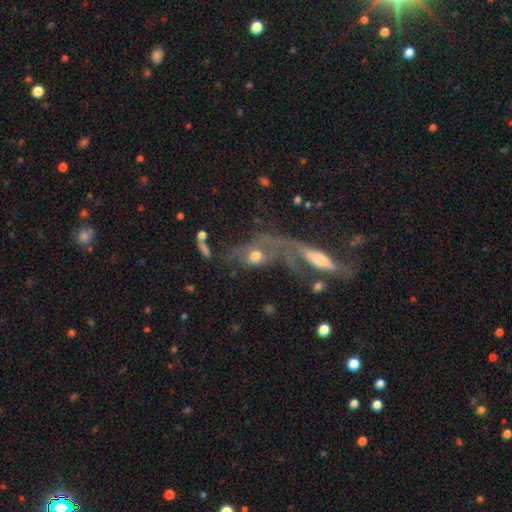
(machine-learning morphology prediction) Q: Smooth or featured?
A: featured or disk (50%); runner-up: smooth (37%)
Q: Merging?
A: merger (46%); runner-up: major disturbance (24%)